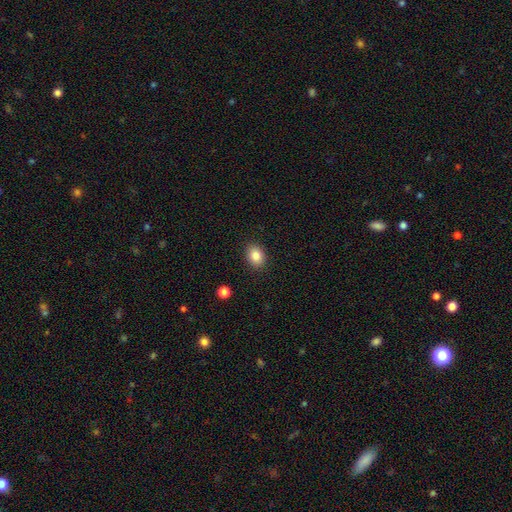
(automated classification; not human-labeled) smooth 85%, star or artifact 9%, featured or disk 5%. Down the decision tree: how rounded — in between (62%); merging — none (88%).